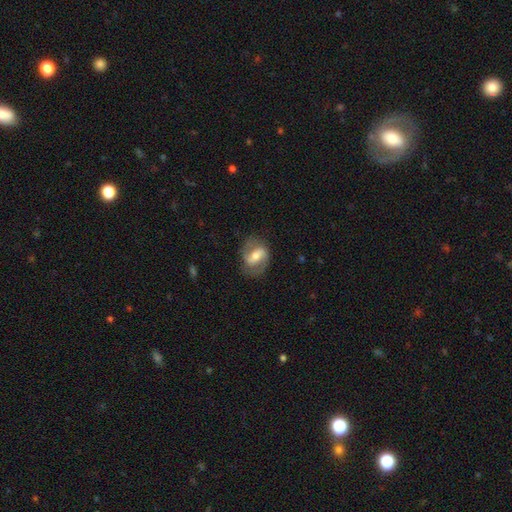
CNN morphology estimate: Smooth or featured?
  - featured or disk: 76% *
  - smooth: 19%
  - star or artifact: 6%
Edge-on disk?
  - no: 96% *
  - yes: 4%
Bar?
  - strong: 41% * (tied)
  - weak: 41% * (tied)
  - no: 18%
Spiral arms?
  - yes: 89% *
  - no: 11%
Spiral winding?
  - medium: 50% *
  - loose: 27%
  - tight: 23%
Spiral arm count?
  - 2: 86% *
  - can't tell: 6%
  - 1: 5%
  - 3: 1%
  - 4: 1%
  - more than 4: 1%
Bulge size?
  - moderate: 59% *
  - small: 30%
  - large: 8%
  - none: 2%
  - dominant: 1%
Merging?
  - none: 75% *
  - minor disturbance: 16%
  - major disturbance: 8%
  - merger: 1%